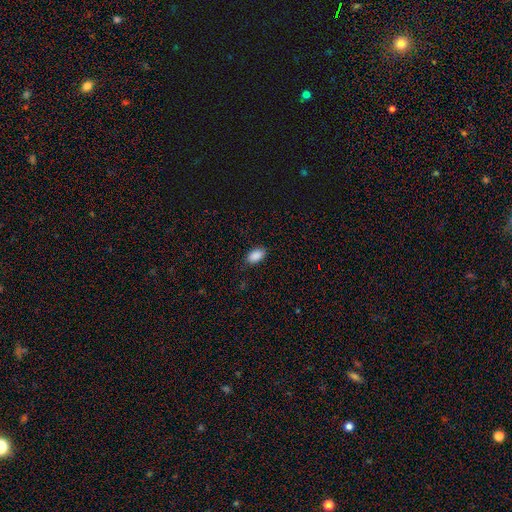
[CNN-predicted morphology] Smooth or featured? smooth (89%)
How rounded? in between (93%)
Merging? none (82%)